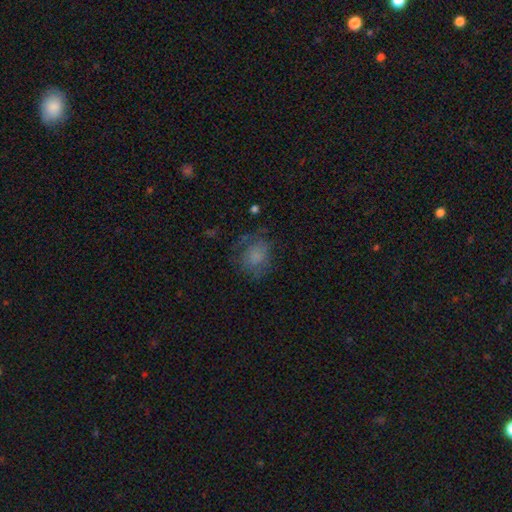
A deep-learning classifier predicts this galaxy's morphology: Smooth or featured: smooth — 67% (featured or disk — 20%)
How rounded: round — 68% (in between — 31%)
Merging: none — 58% (minor disturbance — 22%)